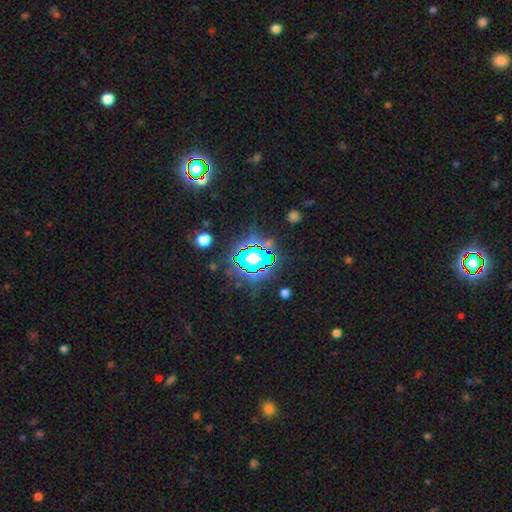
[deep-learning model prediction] Q: Smooth or featured?
A: star or artifact (78%); runner-up: smooth (14%)